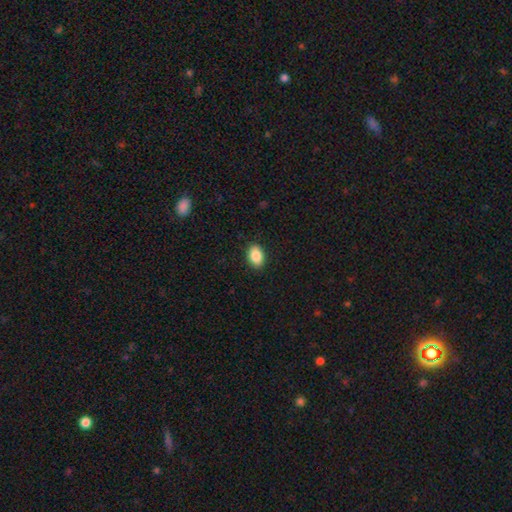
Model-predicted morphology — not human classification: Smooth or featured? Predicted: smooth (p=0.87). How rounded? Predicted: in between (p=0.87). Merging? Predicted: none (p=0.90).